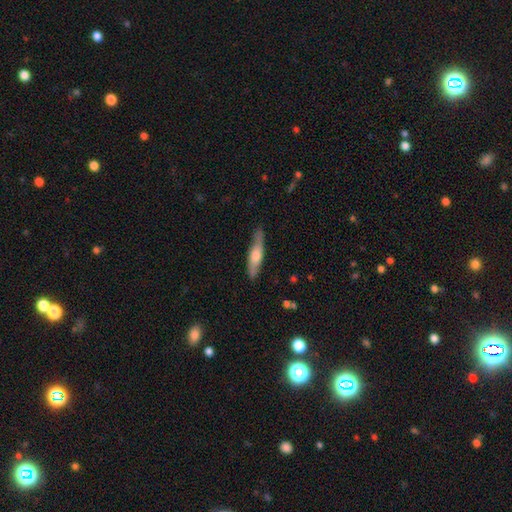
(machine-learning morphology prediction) A smooth galaxy with no disk features (47%, tied with featured or disk).

Vote fractions:
- Smooth or featured? smooth: 47% (tied) / featured or disk: 47% (tied) / star or artifact: 6%
- Merging? none: 80% / minor disturbance: 16% / major disturbance: 3% / merger: 1%